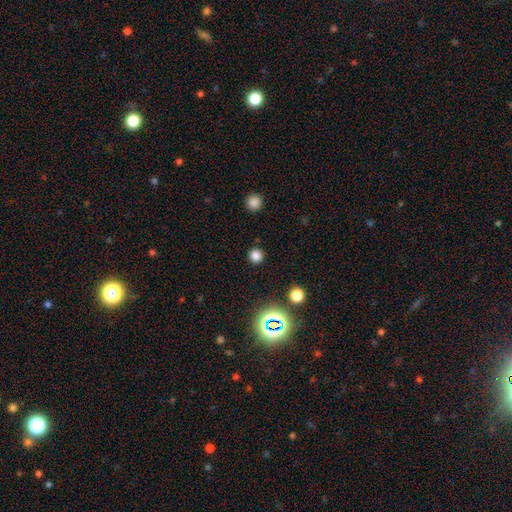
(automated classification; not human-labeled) smooth 76%, star or artifact 19%, featured or disk 4%. Down the decision tree: how rounded — round (93%); merging — none (90%).